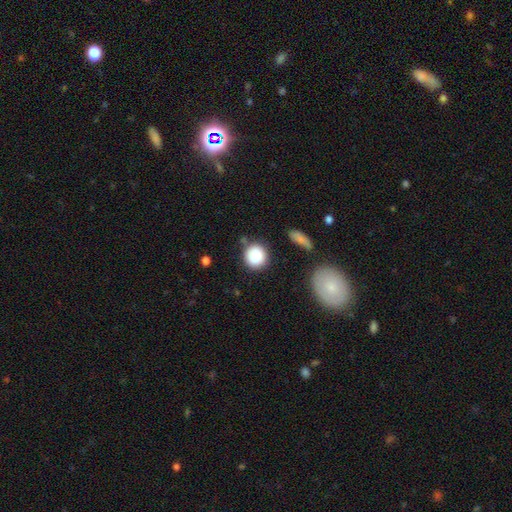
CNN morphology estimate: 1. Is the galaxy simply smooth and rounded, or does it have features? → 86% smooth, 8% star or artifact, 6% featured or disk.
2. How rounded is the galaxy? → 87% round, 11% in between, 1% cigar-shaped.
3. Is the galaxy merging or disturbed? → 73% none, 15% minor disturbance, 7% merger, 4% major disturbance.